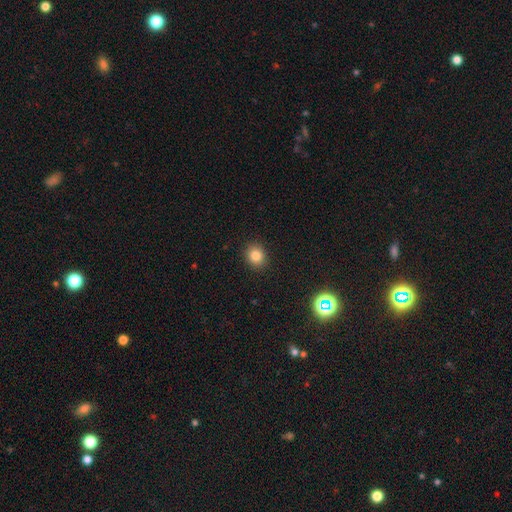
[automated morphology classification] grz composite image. It shows a smooth galaxy with no disk features (83%) that is round (71%). Merging: none (90%).